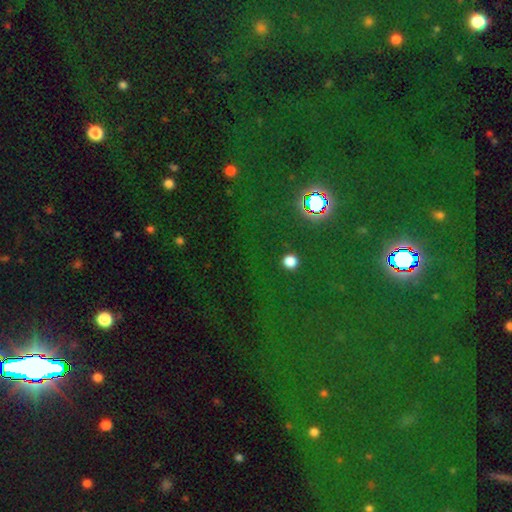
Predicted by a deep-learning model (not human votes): Smooth or featured? star or artifact (81%)